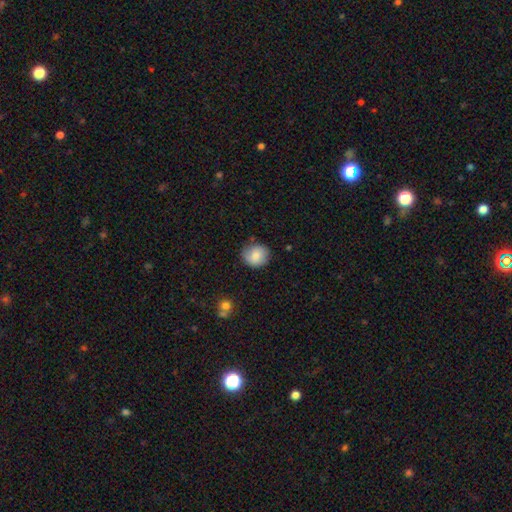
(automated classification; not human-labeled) Smooth or featured?
  - smooth: 79% *
  - featured or disk: 13%
  - star or artifact: 8%
How rounded?
  - round: 81% *
  - in between: 18%
  - cigar-shaped: 1%
Merging?
  - none: 75% *
  - minor disturbance: 19%
  - major disturbance: 4%
  - merger: 2%